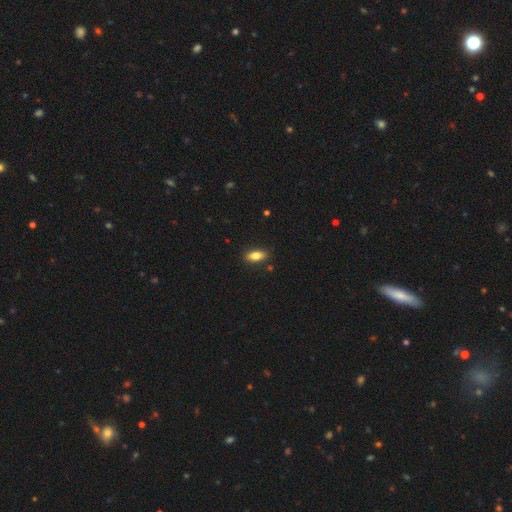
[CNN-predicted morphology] Smooth or featured: smooth — 79% (featured or disk — 14%)
How rounded: in between — 80% (cigar-shaped — 17%)
Merging: none — 87% (minor disturbance — 9%)